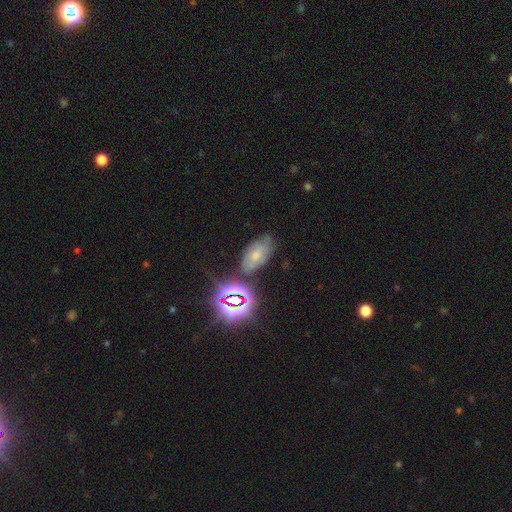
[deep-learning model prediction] A smooth galaxy with no disk features (36%).

Vote fractions:
- Smooth or featured? smooth: 36% / star or artifact: 32% / featured or disk: 32%
- Merging? none: 59% / minor disturbance: 24% / major disturbance: 10% / merger: 7%